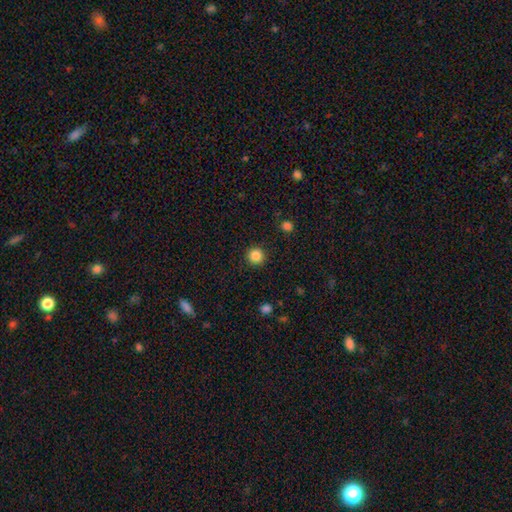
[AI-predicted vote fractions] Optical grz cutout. It shows a smooth galaxy with no disk features (86%) that is round (96%). Merging: none (93%).